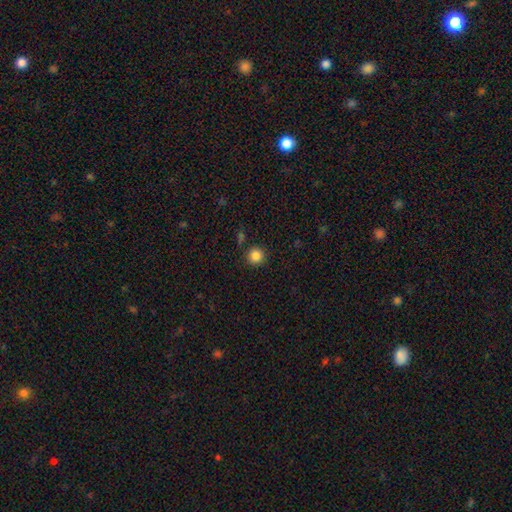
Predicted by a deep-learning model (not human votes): Morphology: type=smooth (85%); roundness=round (95%); merging=none (89%).